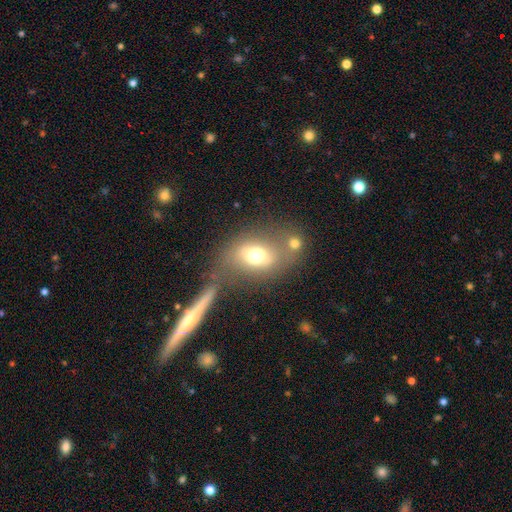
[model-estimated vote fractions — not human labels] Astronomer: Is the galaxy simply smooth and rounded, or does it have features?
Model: smooth — 63%.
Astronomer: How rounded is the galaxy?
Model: in between — 65%.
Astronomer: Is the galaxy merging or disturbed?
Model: none — 46% (runner-up: merger, 29%).